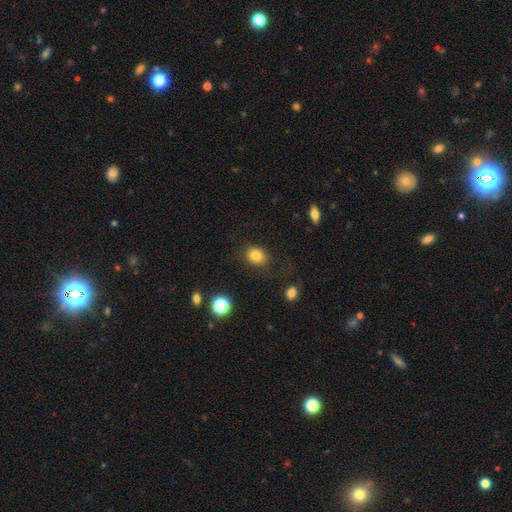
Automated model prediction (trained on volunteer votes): smooth_or_featured: smooth (p=0.82) [alt: star or artifact p=0.11]
how_rounded: round (p=0.50) [alt: in between p=0.49]
merging: none (p=0.83) [alt: minor disturbance p=0.11]